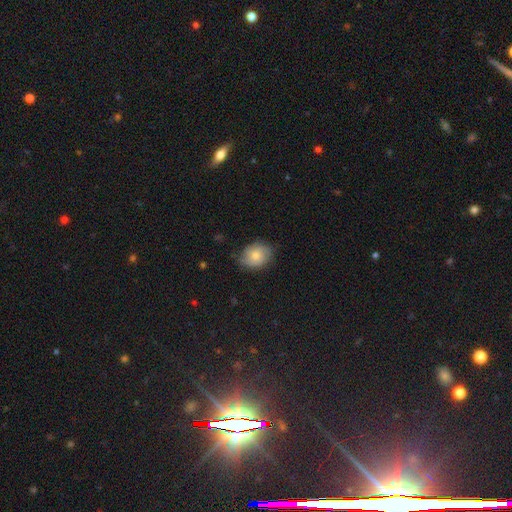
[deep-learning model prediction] A smooth galaxy with no disk features (60%) that is in between round and cigar-shaped (55%).

Vote fractions:
- Smooth or featured? smooth: 60% / featured or disk: 32% / star or artifact: 8%
- How rounded? in between: 55% / round: 44% / cigar-shaped: 1%
- Merging? none: 73% / minor disturbance: 21% / major disturbance: 5% / merger: 1%